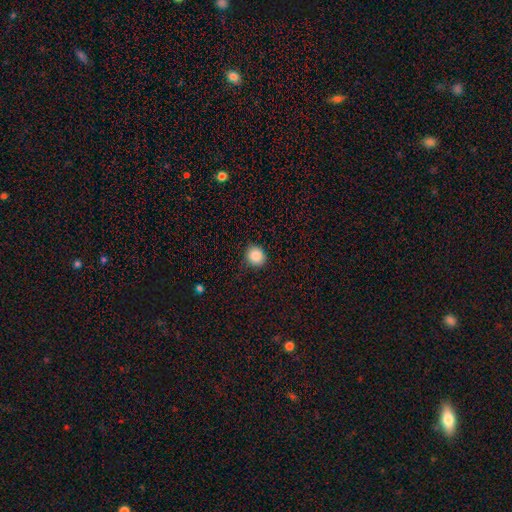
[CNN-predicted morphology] This appears to be a smooth galaxy with no disk features (88%) that is round (79%). Merging: none (85%).